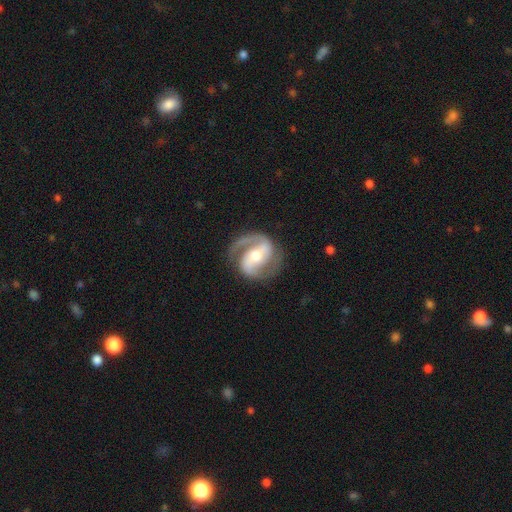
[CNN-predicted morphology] Smooth or featured: featured or disk — 90% (smooth — 6%)
Edge-on disk: no — 98% (yes — 2%)
Bar: strong — 42% (weak — 34%)
Spiral arms: yes — 97% (no — 3%)
Spiral winding: medium — 54% (tight — 30%)
Spiral arm count: 2 — 90% (1 — 4%)
Bulge size: moderate — 64% (small — 28%)
Merging: none — 79% (minor disturbance — 13%)